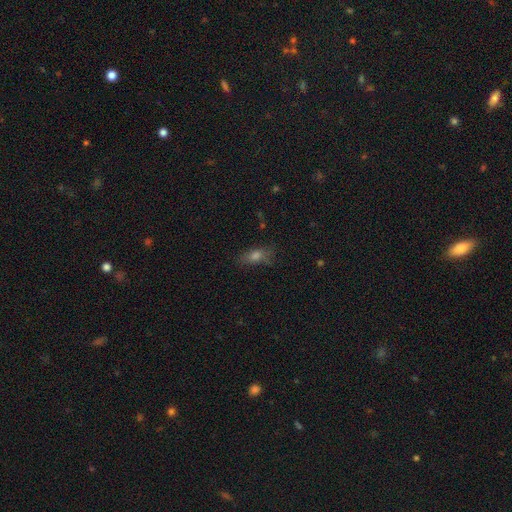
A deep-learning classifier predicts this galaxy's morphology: Smooth or featured? Predicted: smooth (p=0.64). How rounded? Predicted: in between (p=0.67). Merging? Predicted: none (p=0.68).